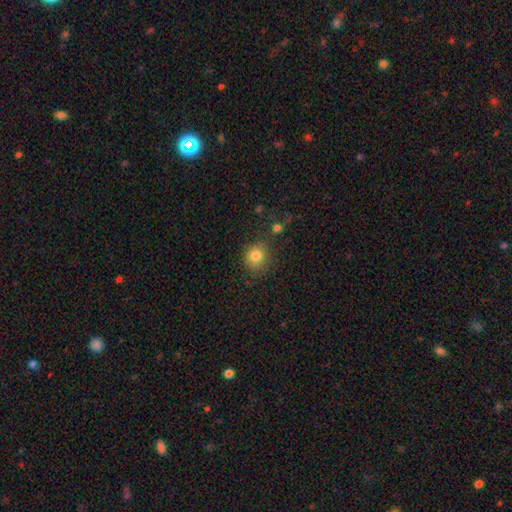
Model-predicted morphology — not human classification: smooth-or-featured: smooth: 82% | star or artifact: 11% | featured or disk: 6%
  how-rounded: round: 84% | in between: 15% | cigar-shaped: 1%
  merging: none: 78% | minor disturbance: 12% | merger: 6% | major disturbance: 5%